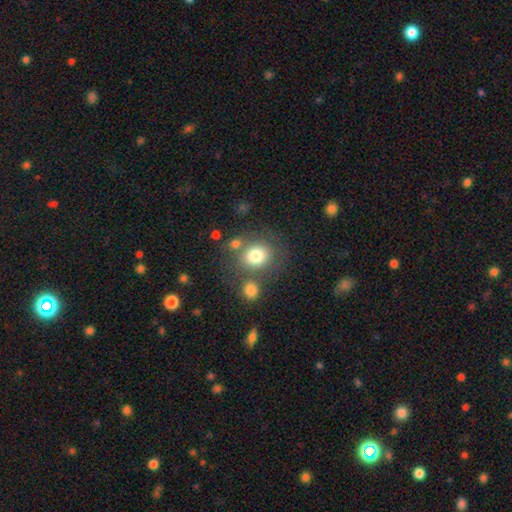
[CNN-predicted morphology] This appears to be a smooth galaxy with no disk features (78%) that is round (74%). Merging: none (62%).